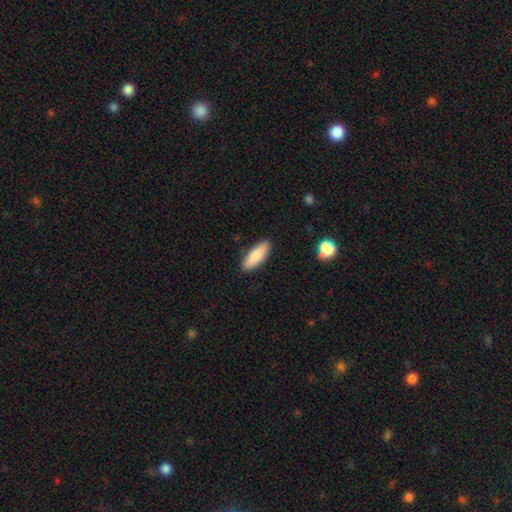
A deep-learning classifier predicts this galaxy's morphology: A smooth galaxy with no disk features (85%) that is in between round and cigar-shaped (55%). Merging: none (89%).